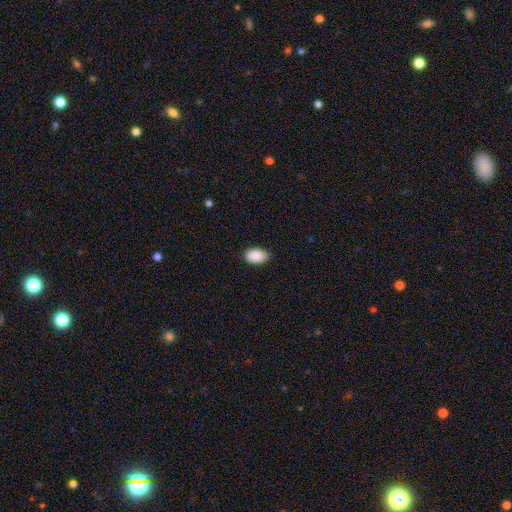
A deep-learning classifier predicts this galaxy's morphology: Smooth or featured? smooth (90%)
How rounded? in between (91%)
Merging? none (86%)